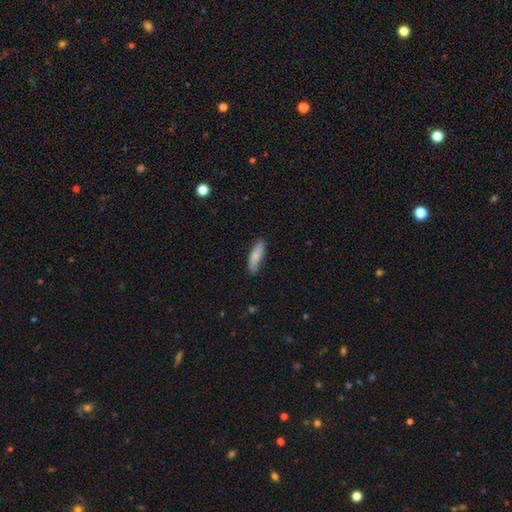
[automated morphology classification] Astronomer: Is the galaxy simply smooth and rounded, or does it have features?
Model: smooth — 73%.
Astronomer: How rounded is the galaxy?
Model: cigar-shaped — 61% (runner-up: in between, 37%).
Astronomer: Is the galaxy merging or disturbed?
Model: none — 78%.